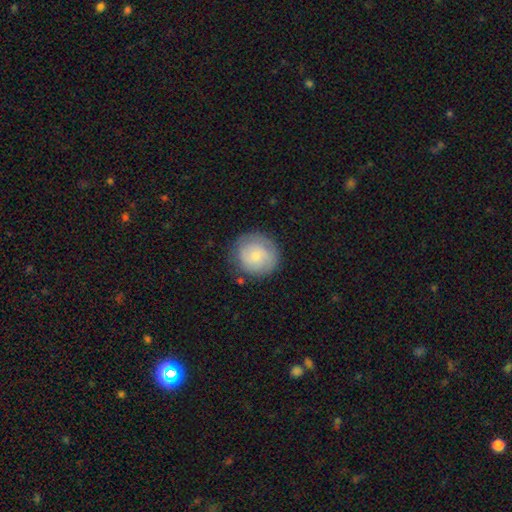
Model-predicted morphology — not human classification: This is likely a smooth galaxy (66%). How rounded: clearly round (92%). Merging: likely none (77%).